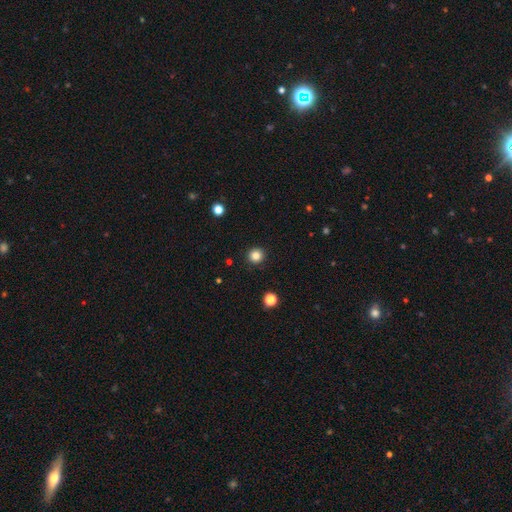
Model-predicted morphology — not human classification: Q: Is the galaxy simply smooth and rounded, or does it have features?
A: smooth — 84%.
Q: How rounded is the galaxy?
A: round — 94%.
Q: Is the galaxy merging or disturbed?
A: none — 93%.